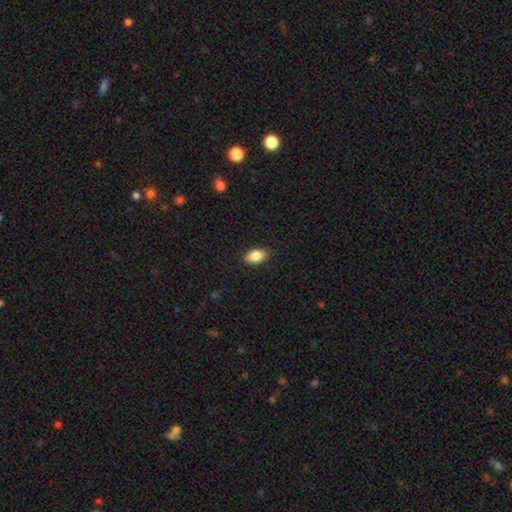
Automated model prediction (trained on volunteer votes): A smooth galaxy with no disk features (85%) that is in between round and cigar-shaped (91%).

Vote fractions:
- Smooth or featured? smooth: 85% / featured or disk: 8% / star or artifact: 7%
- How rounded? in between: 91% / round: 5% / cigar-shaped: 4%
- Merging? none: 88% / minor disturbance: 9% / major disturbance: 2% / merger: 1%